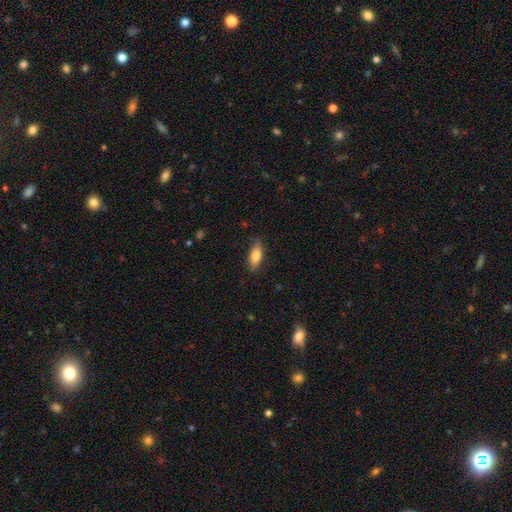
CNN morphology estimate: smooth 75%, featured or disk 19%, star or artifact 6%. Down the decision tree: how rounded — in between (66%); merging — none (81%).